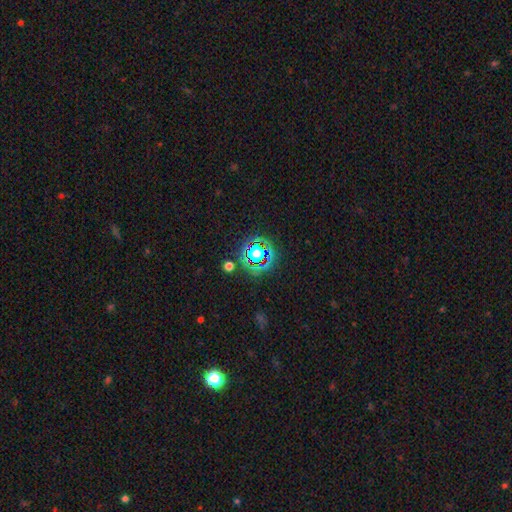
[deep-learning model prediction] smooth_or_featured: star or artifact (p=0.59) [alt: smooth p=0.30]